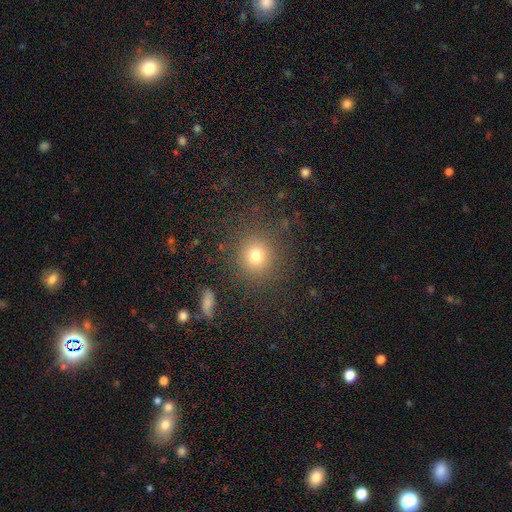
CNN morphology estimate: smooth-or-featured: smooth: 77% | star or artifact: 15% | featured or disk: 8%
  how-rounded: round: 88% | in between: 11% | cigar-shaped: 1%
  merging: none: 85% | minor disturbance: 9% | major disturbance: 4% | merger: 2%